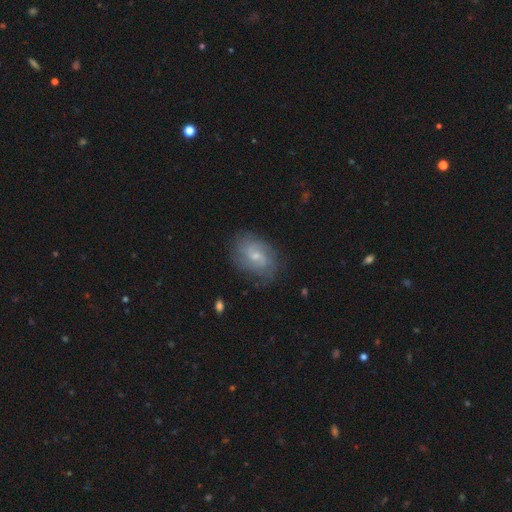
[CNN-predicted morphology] A featured or disk galaxy (70%) with no bar (48%), 2 (41%) medium (41%) spiral arms (88%) and a small central bulge (58%).

Vote fractions:
- Smooth or featured? featured or disk: 70% / smooth: 23% / star or artifact: 7%
- Edge-on disk? no: 97% / yes: 3%
- Bar? no: 48% / weak: 46% / strong: 6%
- Spiral arms? yes: 88% / no: 12%
- Spiral winding? medium: 41% / tight: 38% / loose: 21%
- Spiral arm count? 2: 41% / can't tell: 34% / 3: 12% / 4: 5% / 1: 4% / more than 4: 4%
- Bulge size? small: 58% / moderate: 37% / none: 3% / large: 2% / dominant: 1%
- Merging? none: 69% / minor disturbance: 21% / major disturbance: 9% / merger: 1%